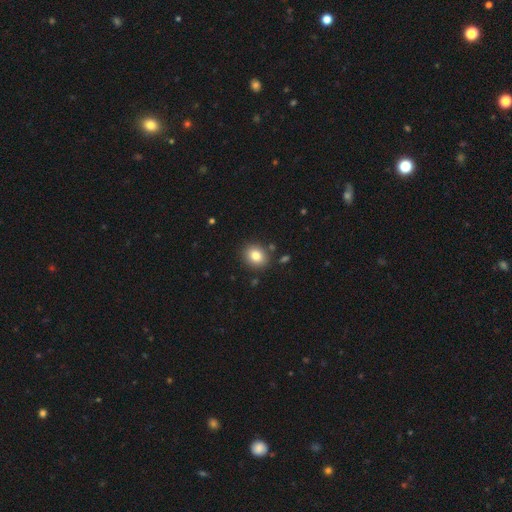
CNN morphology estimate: Q: Smooth or featured?
A: smooth (82%); runner-up: star or artifact (10%)
Q: How rounded?
A: round (63%); runner-up: in between (36%)
Q: Merging?
A: none (86%); runner-up: minor disturbance (8%)